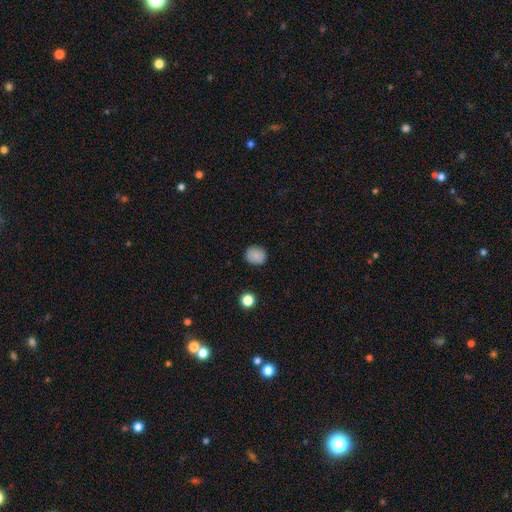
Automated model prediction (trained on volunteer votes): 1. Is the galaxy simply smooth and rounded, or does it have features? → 85% smooth, 9% star or artifact, 5% featured or disk.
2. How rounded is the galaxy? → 82% round, 17% in between, 1% cigar-shaped.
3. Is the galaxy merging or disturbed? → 88% none, 9% minor disturbance, 2% major disturbance, 1% merger.